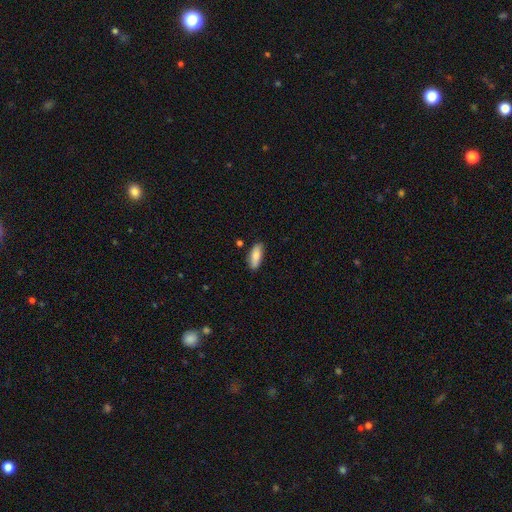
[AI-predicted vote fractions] Smooth or featured?
  - smooth: 84% *
  - featured or disk: 10%
  - star or artifact: 6%
How rounded?
  - in between: 76% *
  - cigar-shaped: 22%
  - round: 2%
Merging?
  - none: 84% *
  - minor disturbance: 12%
  - merger: 2%
  - major disturbance: 2%